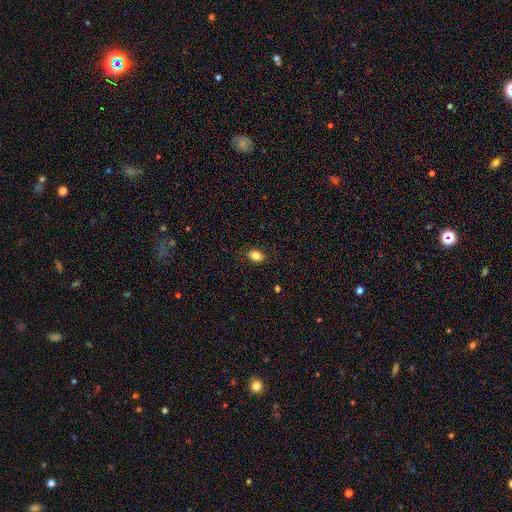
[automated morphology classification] smooth_or_featured: smooth (p=0.83) [alt: star or artifact p=0.09]
how_rounded: in between (p=0.74) [alt: round p=0.24]
merging: none (p=0.85) [alt: minor disturbance p=0.12]